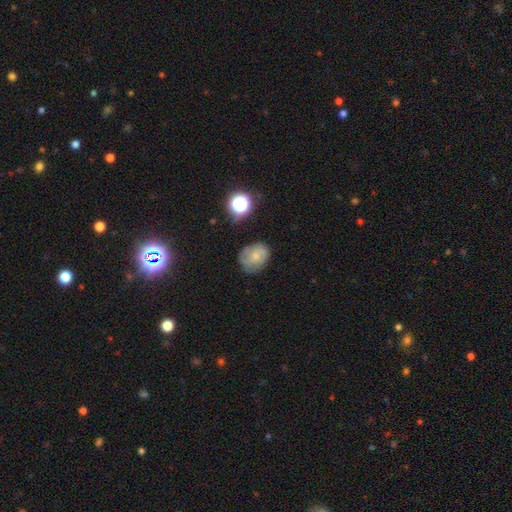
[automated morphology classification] A smooth galaxy with no disk features (56%) that is round (51%).

Vote fractions:
- Smooth or featured? smooth: 56% / featured or disk: 32% / star or artifact: 12%
- How rounded? round: 51% / in between: 48% / cigar-shaped: 1%
- Merging? none: 63% / minor disturbance: 25% / major disturbance: 9% / merger: 3%